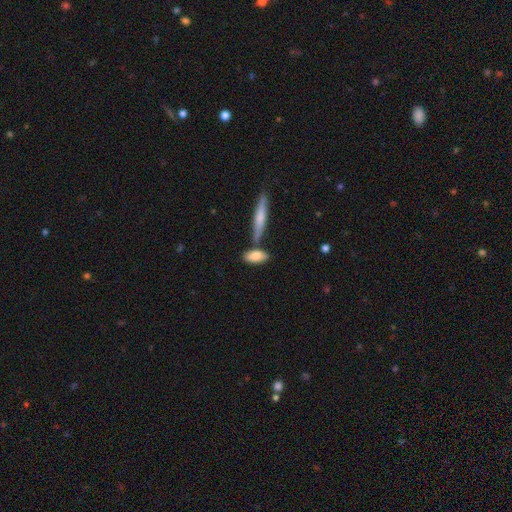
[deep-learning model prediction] Overall: smooth (81%). How rounded: in between (77%). Merging: none (61%).